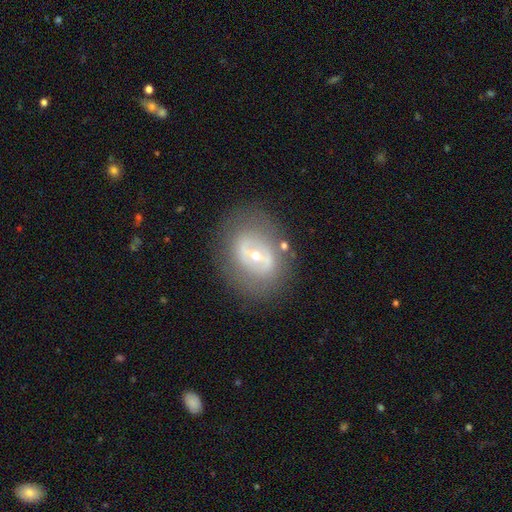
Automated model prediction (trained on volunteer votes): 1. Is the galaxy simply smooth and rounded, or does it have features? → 70% featured or disk, 22% smooth, 8% star or artifact.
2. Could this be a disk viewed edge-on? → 93% no, 7% yes.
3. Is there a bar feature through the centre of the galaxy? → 36% weak, 34% strong, 30% no.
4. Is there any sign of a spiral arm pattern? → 61% no, 39% yes.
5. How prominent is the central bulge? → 55% small, 41% moderate, 2% large, 1% dominant, 1% none.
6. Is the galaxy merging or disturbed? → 76% none, 14% minor disturbance, 8% major disturbance, 2% merger.